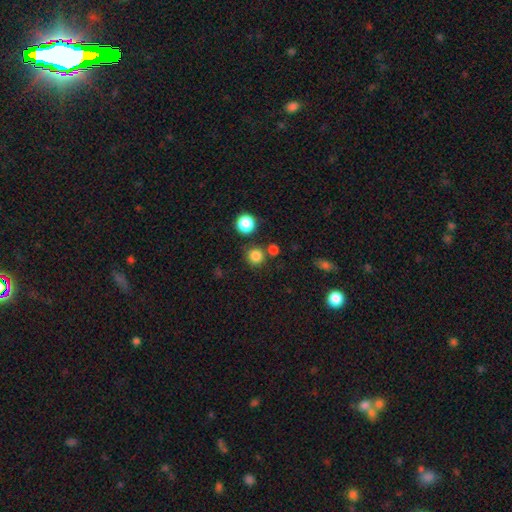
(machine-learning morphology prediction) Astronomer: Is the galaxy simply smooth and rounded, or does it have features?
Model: smooth — 82%.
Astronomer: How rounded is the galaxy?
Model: round — 93%.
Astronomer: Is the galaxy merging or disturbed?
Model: none — 79%.